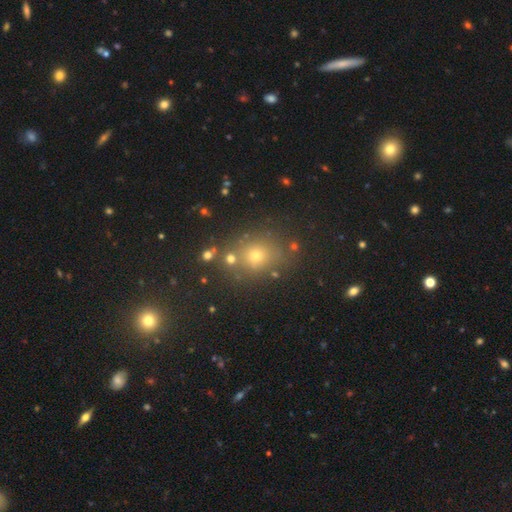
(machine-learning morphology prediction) type=smooth (63%); roundness=round (68%); merging=none (78%).